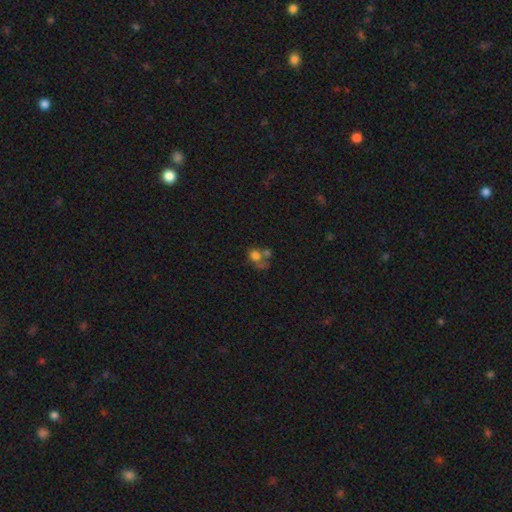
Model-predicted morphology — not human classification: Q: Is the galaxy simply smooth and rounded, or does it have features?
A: smooth — 64%.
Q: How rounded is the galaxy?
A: round — 68%.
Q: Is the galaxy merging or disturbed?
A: merger — 45%.